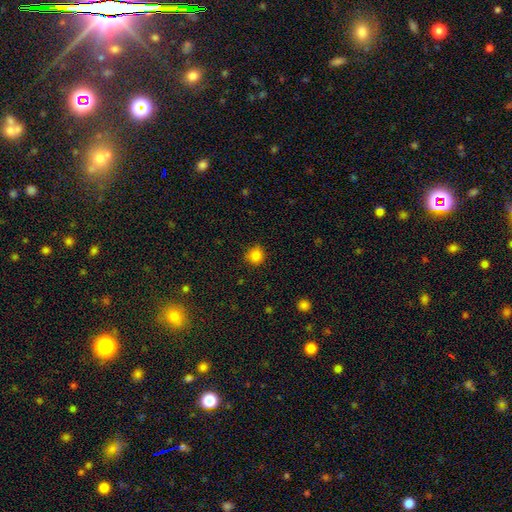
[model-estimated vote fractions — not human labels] This is clearly a smooth galaxy (84%). How rounded: clearly round (89%). Merging: clearly none (86%).